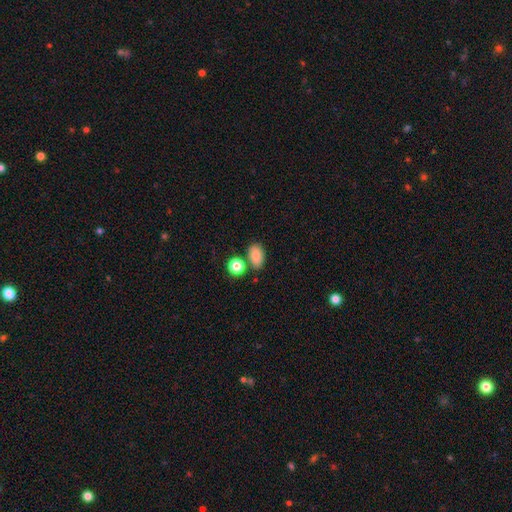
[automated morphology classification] This is clearly a smooth galaxy (85%). How rounded: clearly in between (87%). Merging: likely none (72%).